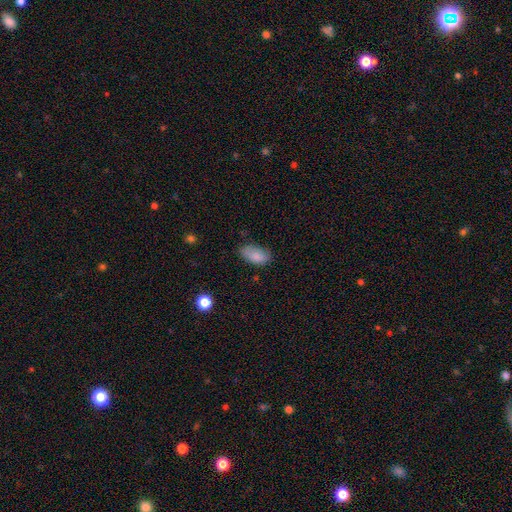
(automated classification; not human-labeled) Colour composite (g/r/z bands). It shows a smooth galaxy with no disk features (85%) that is in between round and cigar-shaped (93%). Merging: none (70%).